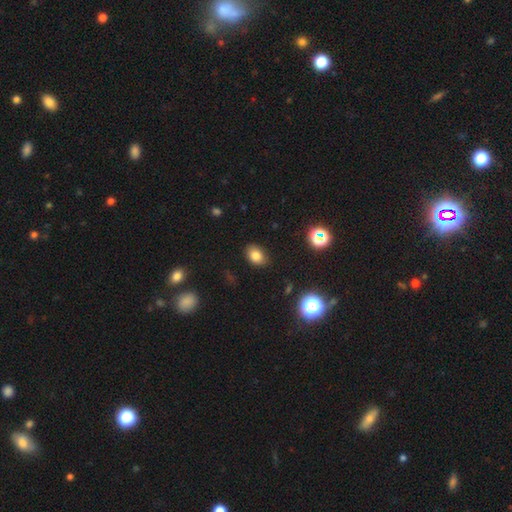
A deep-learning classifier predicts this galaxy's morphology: Q: Smooth or featured?
A: smooth (80%); runner-up: star or artifact (12%)
Q: How rounded?
A: in between (76%); runner-up: round (23%)
Q: Merging?
A: none (85%); runner-up: minor disturbance (11%)